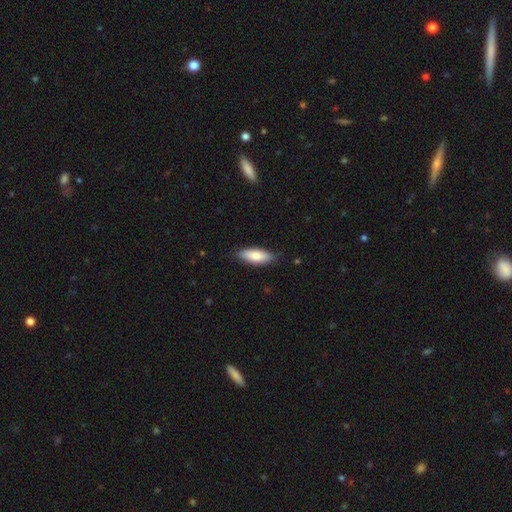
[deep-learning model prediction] smooth_or_featured: smooth (p=0.82) [alt: featured or disk p=0.13]
how_rounded: in between (p=0.69) [alt: cigar-shaped p=0.29]
merging: none (p=0.83) [alt: minor disturbance p=0.14]